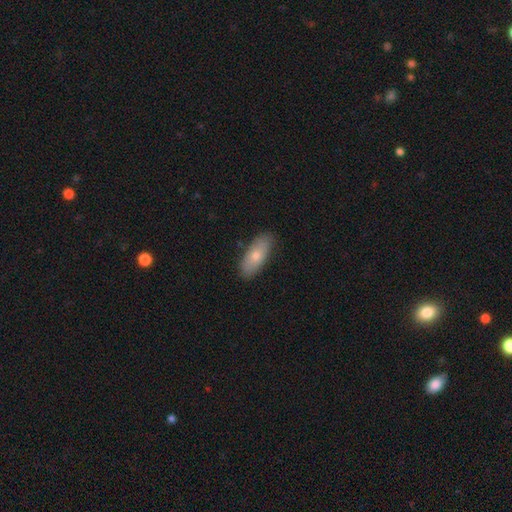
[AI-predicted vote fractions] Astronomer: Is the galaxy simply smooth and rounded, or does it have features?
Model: smooth — 70%.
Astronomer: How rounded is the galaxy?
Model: in between — 79%.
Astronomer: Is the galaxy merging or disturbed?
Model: none — 85%.